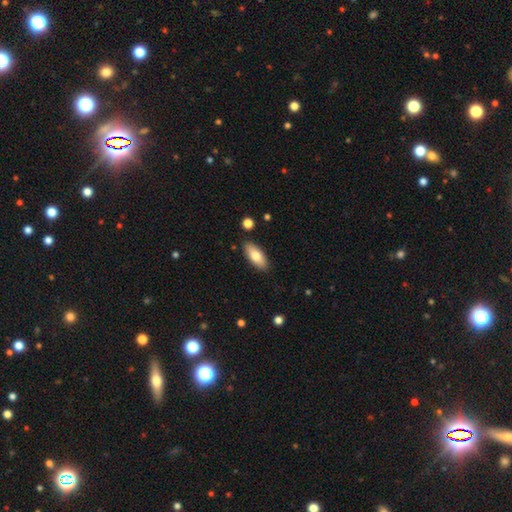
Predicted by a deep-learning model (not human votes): Smooth or featured?
  - smooth: 77% *
  - featured or disk: 17%
  - star or artifact: 6%
How rounded?
  - in between: 82% *
  - cigar-shaped: 16%
  - round: 2%
Merging?
  - none: 88% *
  - minor disturbance: 9%
  - major disturbance: 2%
  - merger: 2%